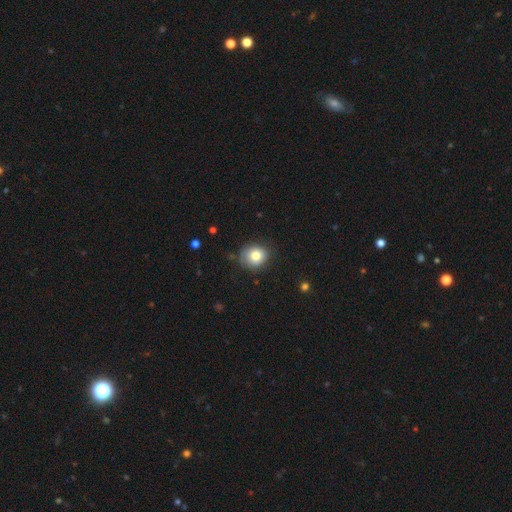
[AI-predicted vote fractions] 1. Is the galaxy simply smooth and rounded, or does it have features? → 77% smooth, 13% featured or disk, 10% star or artifact.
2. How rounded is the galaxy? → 79% round, 20% in between, 1% cigar-shaped.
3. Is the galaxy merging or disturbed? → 75% none, 19% minor disturbance, 4% major disturbance, 2% merger.